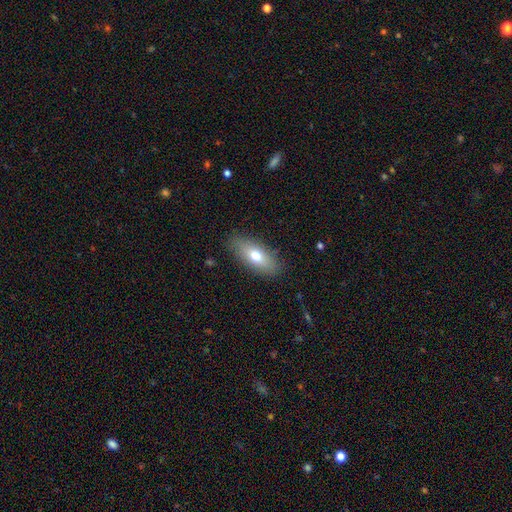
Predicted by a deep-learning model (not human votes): Smooth or featured?
  - smooth: 72% *
  - featured or disk: 21%
  - star or artifact: 7%
How rounded?
  - in between: 80% *
  - cigar-shaped: 16%
  - round: 3%
Merging?
  - none: 84% *
  - minor disturbance: 12%
  - major disturbance: 3%
  - merger: 1%